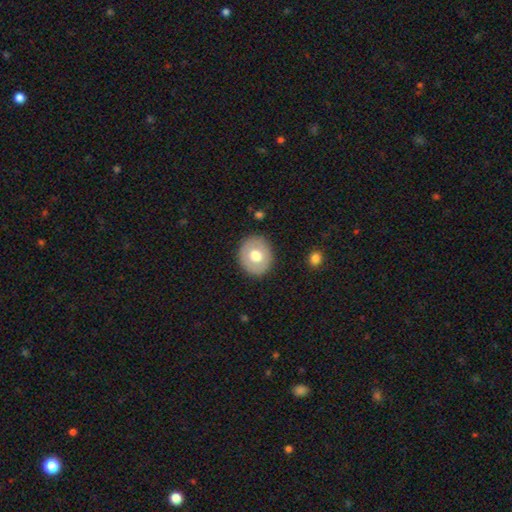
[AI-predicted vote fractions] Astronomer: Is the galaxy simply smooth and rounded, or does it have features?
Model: smooth — 63%.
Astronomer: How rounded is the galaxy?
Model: round — 71%.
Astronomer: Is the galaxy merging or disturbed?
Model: none — 88%.